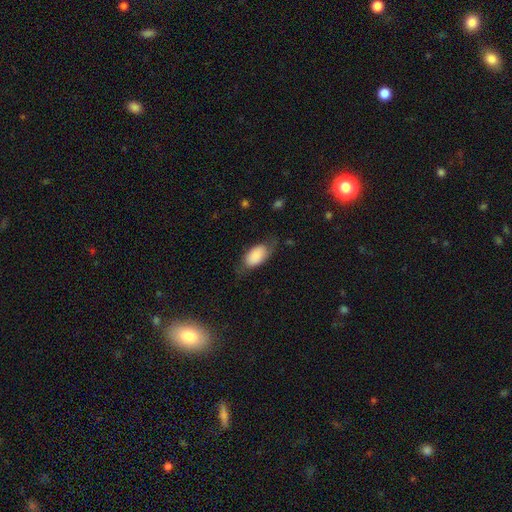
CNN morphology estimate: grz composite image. It shows a smooth galaxy with no disk features (81%) that is in between round and cigar-shaped (93%). Merging: none (58%).